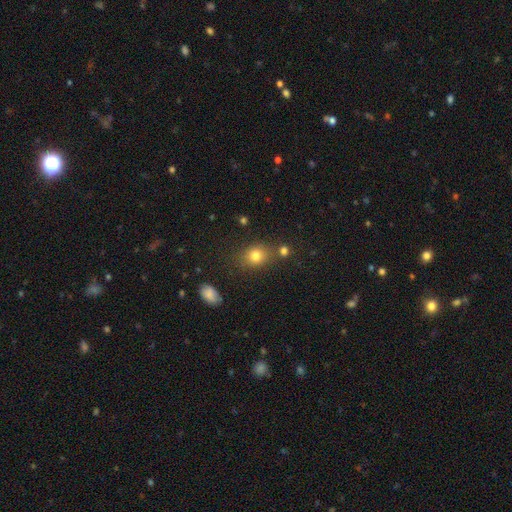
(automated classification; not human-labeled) Morphology: type=smooth (78%); roundness=round (50%); merging=none (71%).